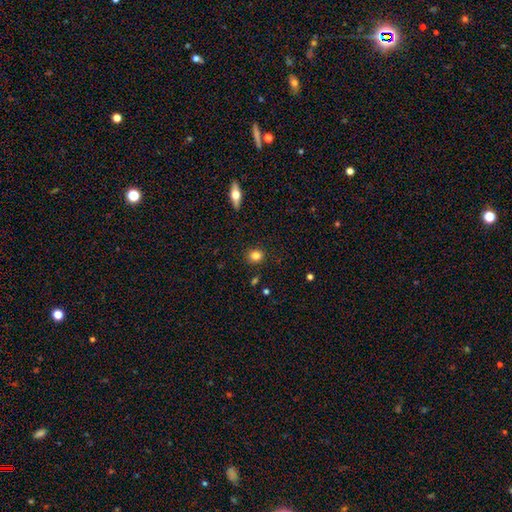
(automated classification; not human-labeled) Smooth or featured?
  - smooth: 83% *
  - star or artifact: 10%
  - featured or disk: 7%
How rounded?
  - round: 77% *
  - in between: 22%
  - cigar-shaped: 1%
Merging?
  - none: 89% *
  - minor disturbance: 7%
  - major disturbance: 2%
  - merger: 2%